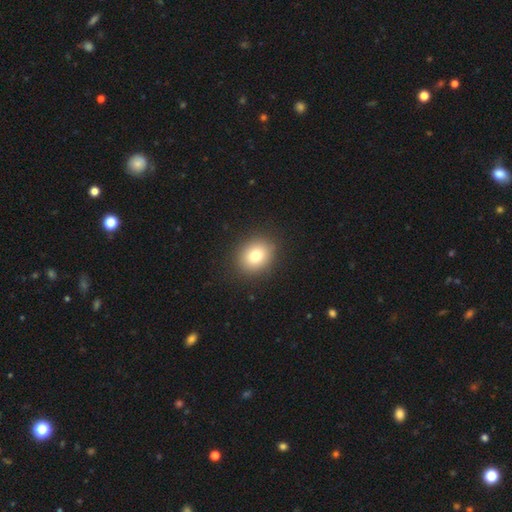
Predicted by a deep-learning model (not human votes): Smooth or featured?
  - smooth: 80% *
  - star or artifact: 10%
  - featured or disk: 10%
How rounded?
  - round: 56% *
  - in between: 43%
  - cigar-shaped: 1%
Merging?
  - none: 89% *
  - minor disturbance: 7%
  - major disturbance: 2%
  - merger: 1%